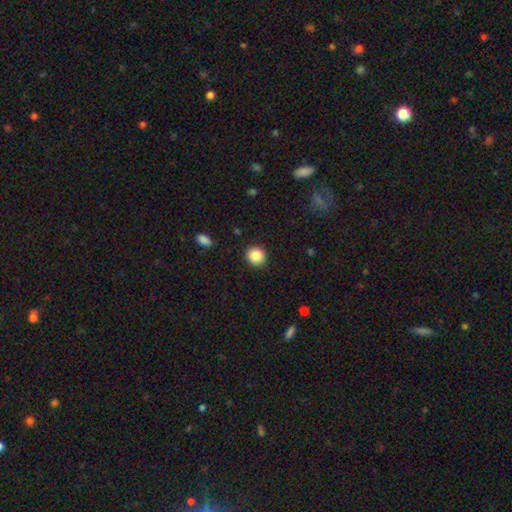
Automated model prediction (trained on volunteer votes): smooth_or_featured: smooth (p=0.87) [alt: star or artifact p=0.09]
how_rounded: round (p=0.90) [alt: in between p=0.09]
merging: none (p=0.90) [alt: minor disturbance p=0.06]